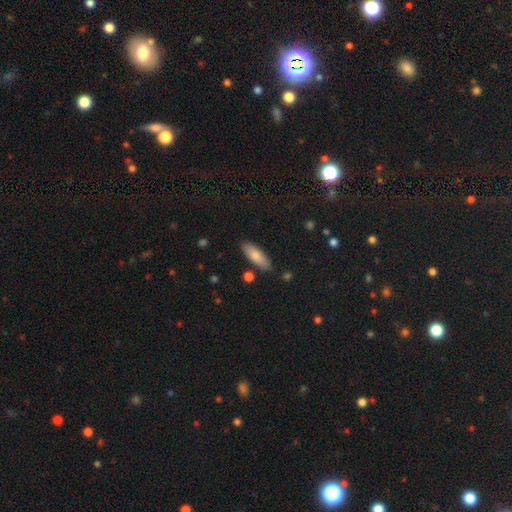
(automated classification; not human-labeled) A smooth galaxy with no disk features (80%) that is in between round and cigar-shaped (60%). Merging: none (85%).